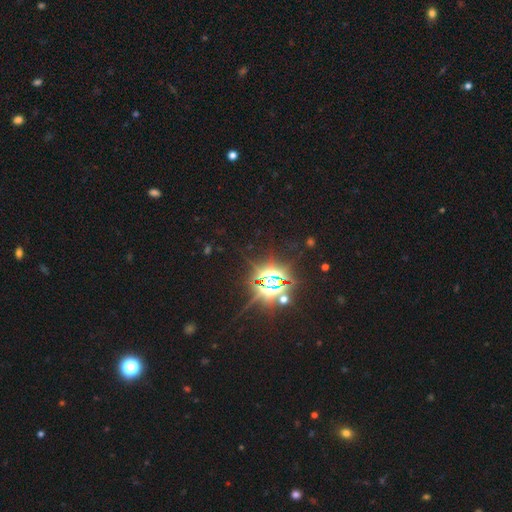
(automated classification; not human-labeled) Q: Smooth or featured?
A: star or artifact (84%); runner-up: smooth (10%)